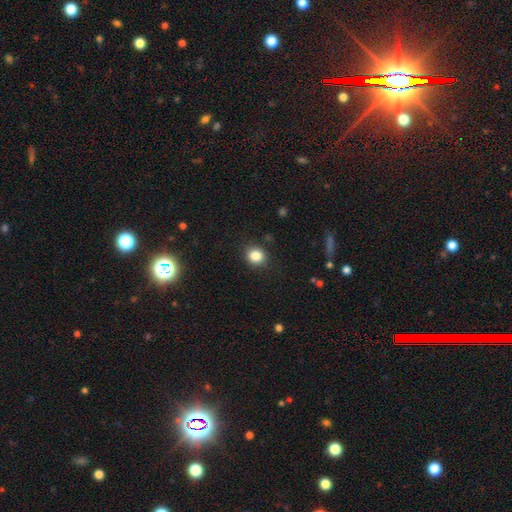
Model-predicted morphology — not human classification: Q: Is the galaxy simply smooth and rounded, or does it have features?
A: smooth — 84%.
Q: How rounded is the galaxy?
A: round — 78%.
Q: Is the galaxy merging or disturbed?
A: none — 87%.